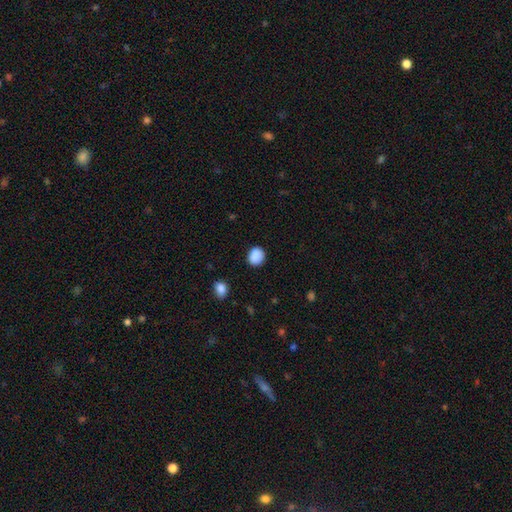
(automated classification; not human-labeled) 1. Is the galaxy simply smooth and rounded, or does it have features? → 89% smooth, 8% star or artifact, 3% featured or disk.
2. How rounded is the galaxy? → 70% round, 29% in between, 1% cigar-shaped.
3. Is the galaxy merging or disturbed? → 84% none, 11% minor disturbance, 3% major disturbance, 1% merger.